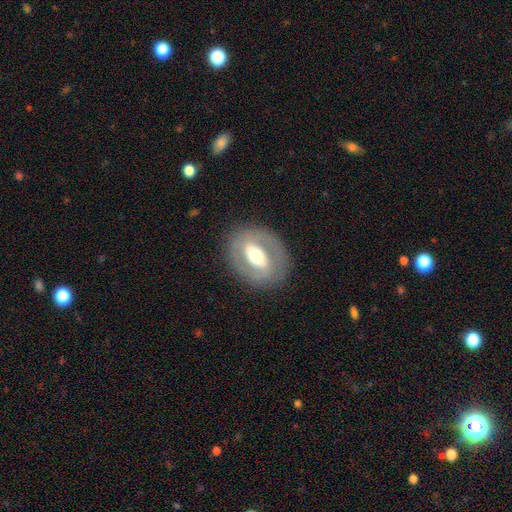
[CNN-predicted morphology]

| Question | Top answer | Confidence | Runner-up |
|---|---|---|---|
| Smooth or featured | featured or disk | 64% | smooth (29%) |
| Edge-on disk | no | 92% | yes (8%) |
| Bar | strong | 44% | weak (33%) |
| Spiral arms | no | 66% | yes (34%) |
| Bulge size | moderate | 62% | large (24%) |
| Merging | none | 82% | minor disturbance (11%) |